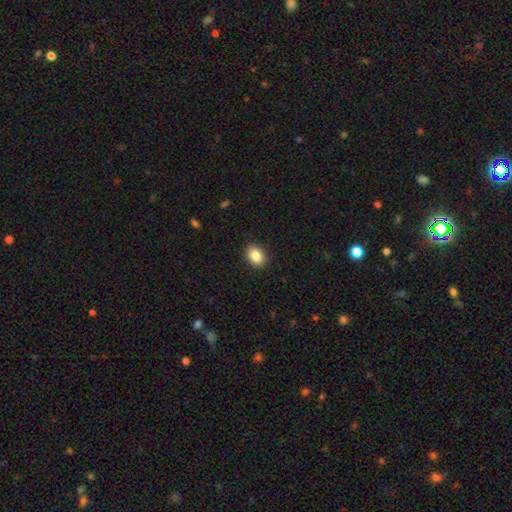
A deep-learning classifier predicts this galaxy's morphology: This is clearly a smooth galaxy (86%). How rounded: likely in between (74%). Merging: clearly none (90%).